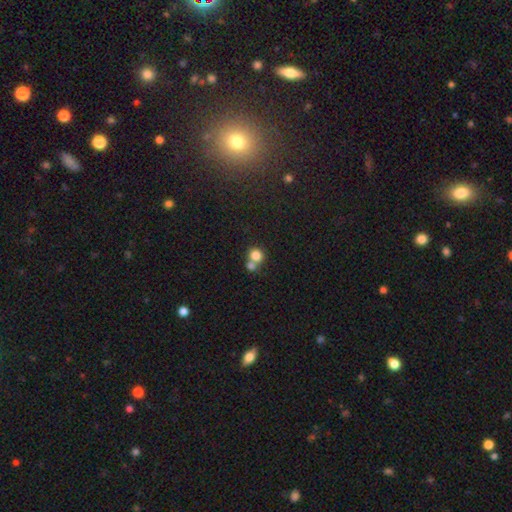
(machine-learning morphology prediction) smooth_or_featured: smooth (p=0.80) [alt: star or artifact p=0.11]
how_rounded: round (p=0.82) [alt: in between p=0.17]
merging: merger (p=0.51) [alt: none p=0.39]